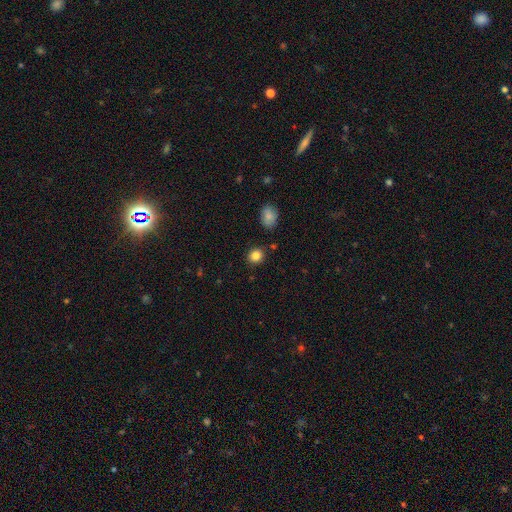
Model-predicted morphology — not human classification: smooth 85%, star or artifact 10%, featured or disk 5%. Down the decision tree: how rounded — round (79%); merging — none (87%).